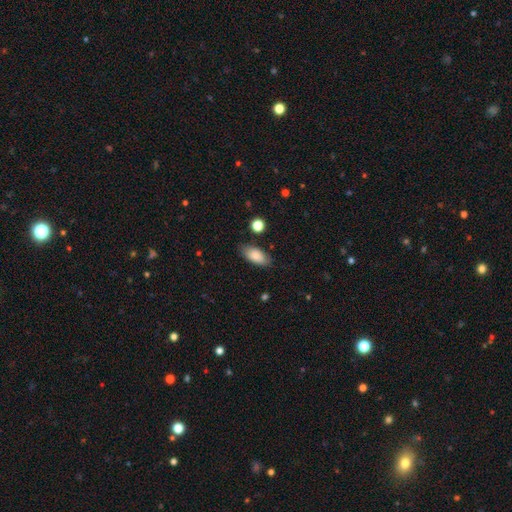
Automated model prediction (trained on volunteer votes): Q: Smooth or featured?
A: smooth (84%); runner-up: featured or disk (9%)
Q: How rounded?
A: in between (88%); runner-up: cigar-shaped (9%)
Q: Merging?
A: none (80%); runner-up: minor disturbance (14%)